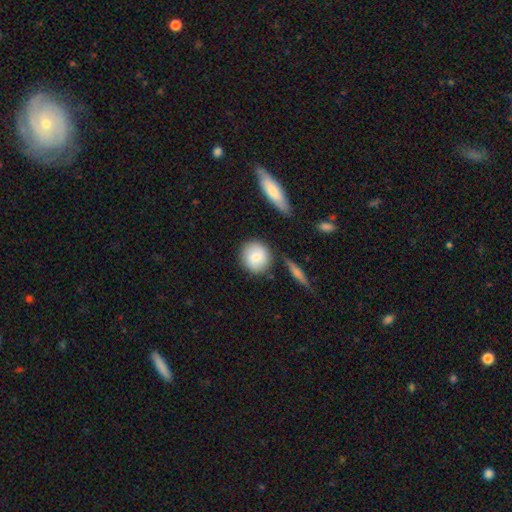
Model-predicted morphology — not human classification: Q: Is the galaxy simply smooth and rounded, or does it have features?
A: smooth — 80%.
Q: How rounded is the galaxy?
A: round — 87%.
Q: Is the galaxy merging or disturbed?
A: none — 80%.